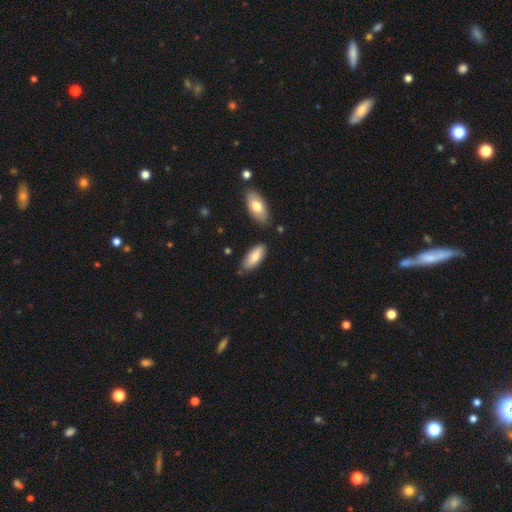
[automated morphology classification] Smooth or featured?
  - smooth: 80% *
  - featured or disk: 15%
  - star or artifact: 6%
How rounded?
  - in between: 81% *
  - cigar-shaped: 17%
  - round: 2%
Merging?
  - none: 75% *
  - minor disturbance: 16%
  - merger: 6%
  - major disturbance: 3%